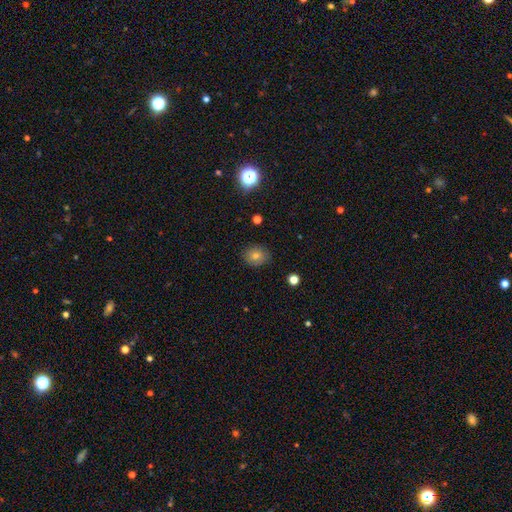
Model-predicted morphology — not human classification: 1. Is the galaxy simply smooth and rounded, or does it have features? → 69% smooth, 17% star or artifact, 14% featured or disk.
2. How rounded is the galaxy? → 62% round, 37% in between, 1% cigar-shaped.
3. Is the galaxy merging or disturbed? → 85% none, 11% minor disturbance, 3% major disturbance, 1% merger.